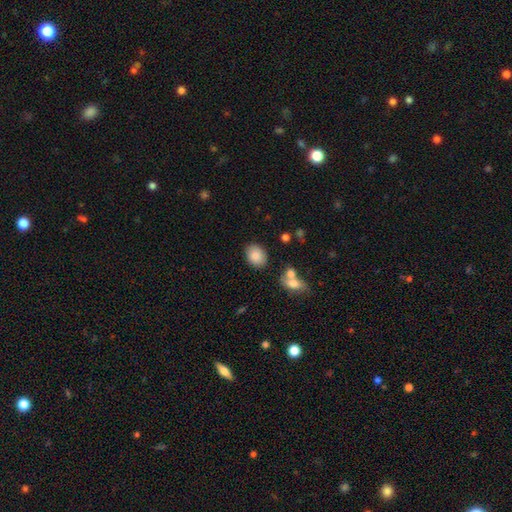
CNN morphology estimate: A smooth galaxy with no disk features (86%) that is in between round and cigar-shaped (70%). Merging: none (81%).